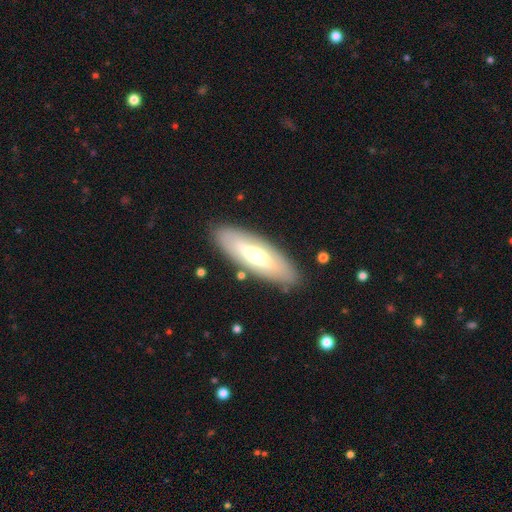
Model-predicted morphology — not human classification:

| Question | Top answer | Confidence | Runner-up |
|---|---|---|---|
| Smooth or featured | smooth | 50% | featured or disk (45%) |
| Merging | none | 85% | minor disturbance (11%) |